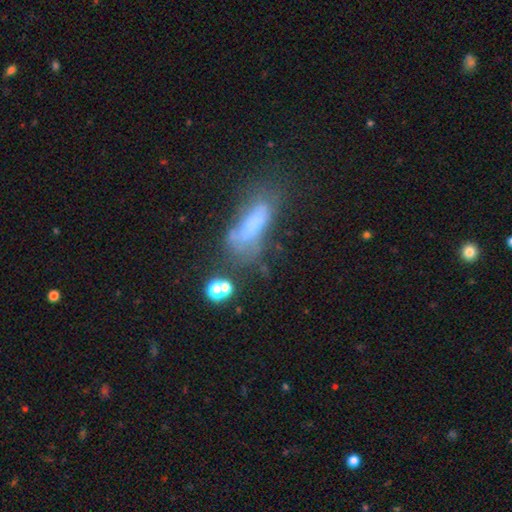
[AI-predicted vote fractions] This appears to be a smooth galaxy with no disk features (48%). Merging: none (44%).